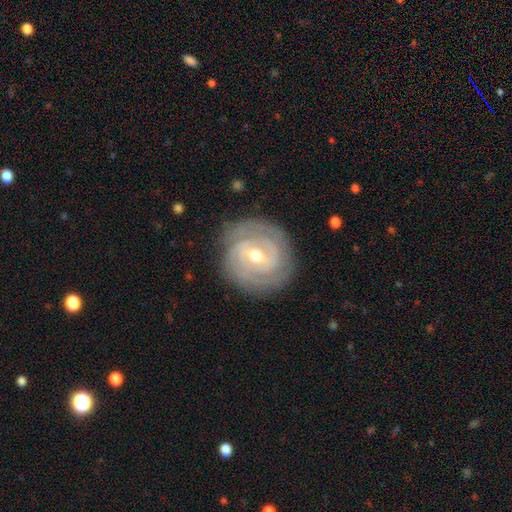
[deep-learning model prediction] Q: Smooth or featured?
A: featured or disk (86%); runner-up: smooth (9%)
Q: Edge-on disk?
A: no (97%); runner-up: yes (3%)
Q: Bar?
A: weak (52%); runner-up: no (24%)
Q: Spiral arms?
A: yes (95%); runner-up: no (5%)
Q: Spiral winding?
A: tight (78%); runner-up: medium (18%)
Q: Spiral arm count?
A: 2 (40%); runner-up: can't tell (24%)
Q: Bulge size?
A: moderate (60%); runner-up: small (37%)
Q: Merging?
A: none (82%); runner-up: minor disturbance (13%)